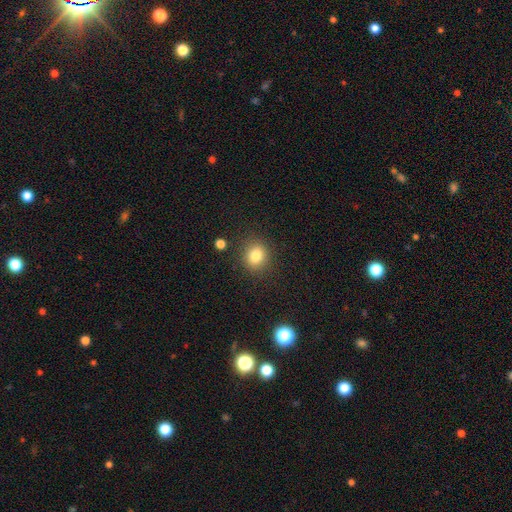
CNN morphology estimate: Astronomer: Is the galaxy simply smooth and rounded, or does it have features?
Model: smooth — 82%.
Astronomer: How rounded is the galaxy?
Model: round — 77%.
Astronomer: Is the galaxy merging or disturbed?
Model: none — 86%.